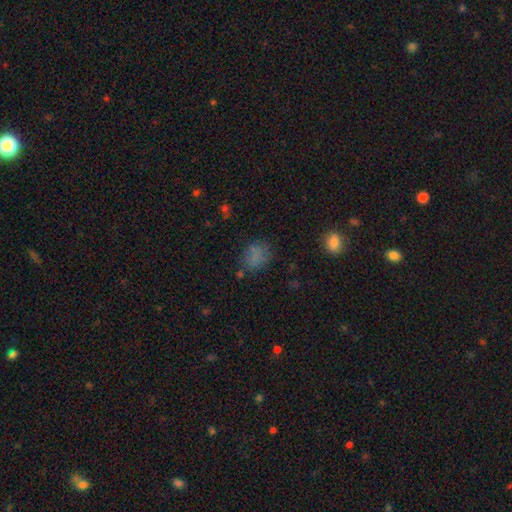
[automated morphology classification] A smooth galaxy with no disk features (73%) that is in between round and cigar-shaped (55%).

Vote fractions:
- Smooth or featured? smooth: 73% / star or artifact: 17% / featured or disk: 10%
- How rounded? in between: 55% / round: 43% / cigar-shaped: 2%
- Merging? none: 67% / minor disturbance: 20% / major disturbance: 8% / merger: 5%